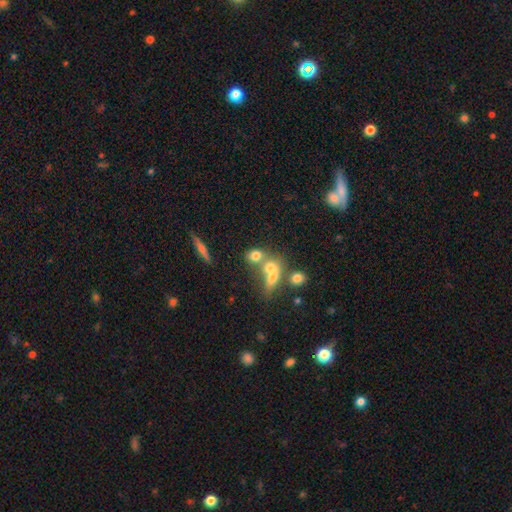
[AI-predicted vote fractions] The model was most divided on "merging": merger: 50%, none: 36%, minor disturbance: 9%, major disturbance: 6%. More confident: smooth or featured — smooth (66%); how rounded — round (59%).